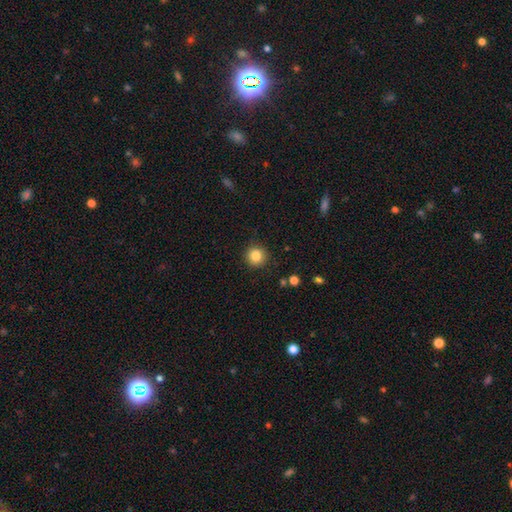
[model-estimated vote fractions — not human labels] This appears to be a smooth galaxy with no disk features (85%) that is round (94%). Merging: none (89%).